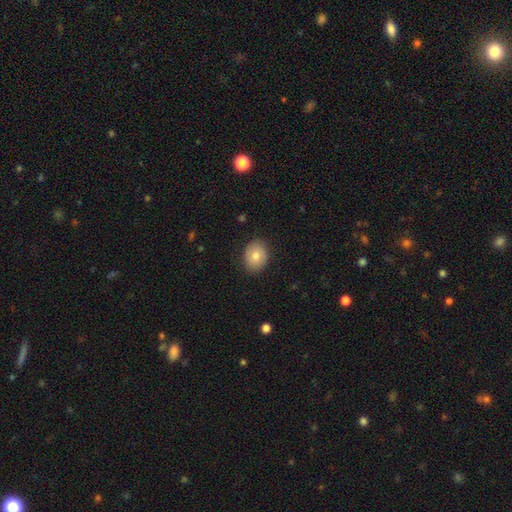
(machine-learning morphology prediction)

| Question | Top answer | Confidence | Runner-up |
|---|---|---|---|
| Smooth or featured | smooth | 79% | featured or disk (13%) |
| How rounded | in between | 51% | round (48%) |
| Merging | none | 86% | minor disturbance (10%) |